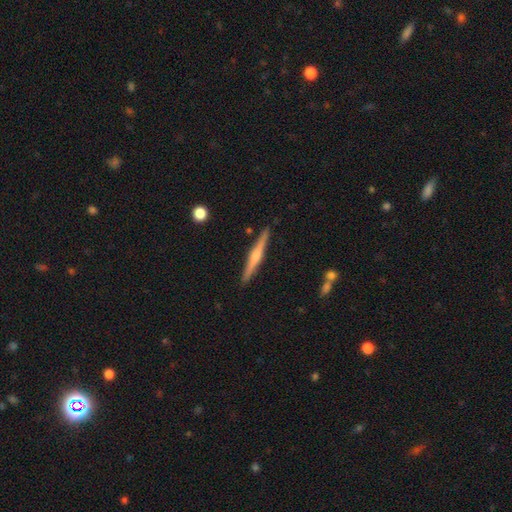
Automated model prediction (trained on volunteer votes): Morphology: type=featured or disk (68%); edge-on=yes (98%); edge-on bulge=rounded (75%); merging=none (91%).